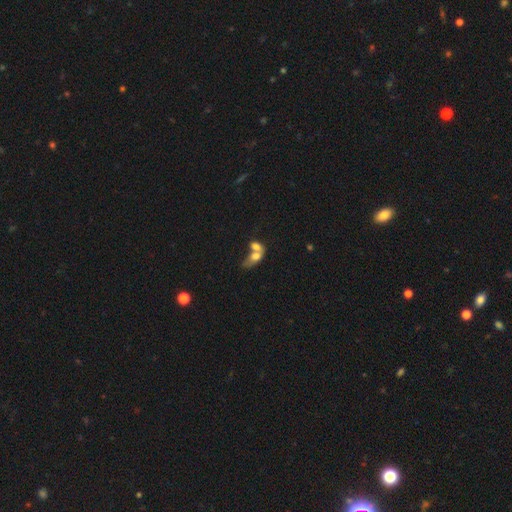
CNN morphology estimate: Q: Smooth or featured?
A: smooth (64%); runner-up: featured or disk (27%)
Q: How rounded?
A: in between (79%); runner-up: round (15%)
Q: Merging?
A: merger (75%); runner-up: none (11%)